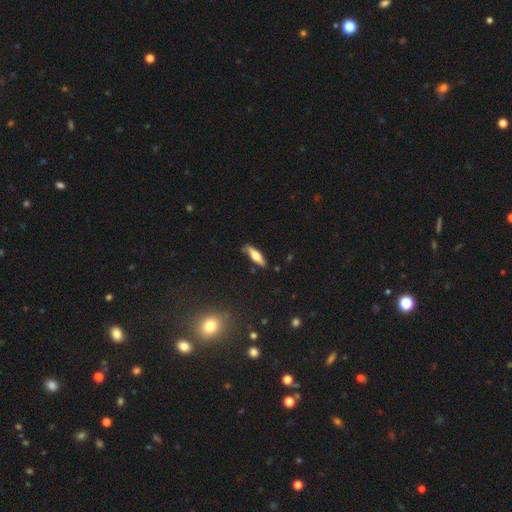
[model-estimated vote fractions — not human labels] smooth-or-featured: smooth: 51% | featured or disk: 43% | star or artifact: 6%
  how-rounded: cigar-shaped: 66% | in between: 32% | round: 2%
  merging: none: 81% | minor disturbance: 14% | major disturbance: 3% | merger: 2%